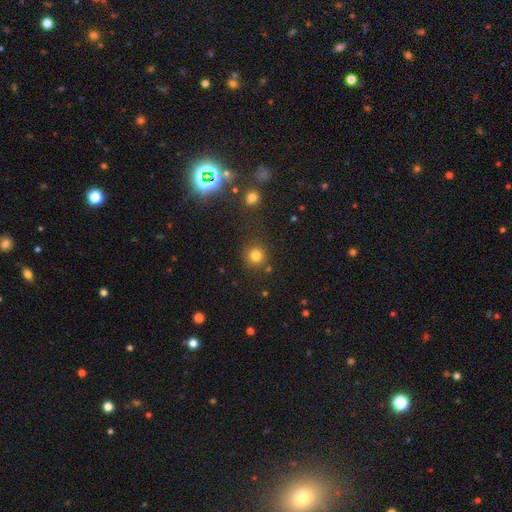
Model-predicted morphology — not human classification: The model was most divided on "smooth or featured": smooth: 79%, star or artifact: 16%, featured or disk: 6%. More confident: how rounded — round (92%); merging — none (82%).